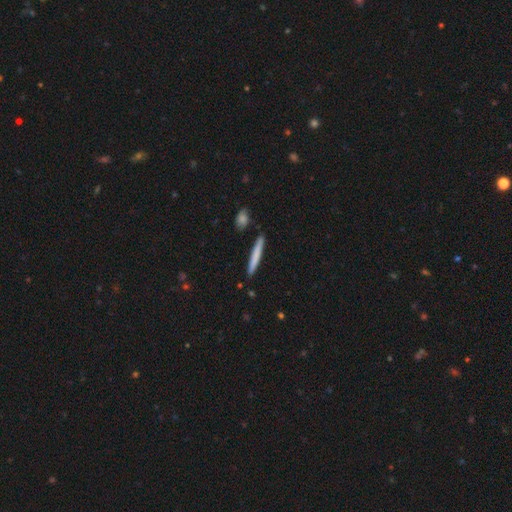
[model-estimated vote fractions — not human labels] Smooth or featured? smooth (71%)
How rounded? cigar-shaped (96%)
Merging? none (88%)